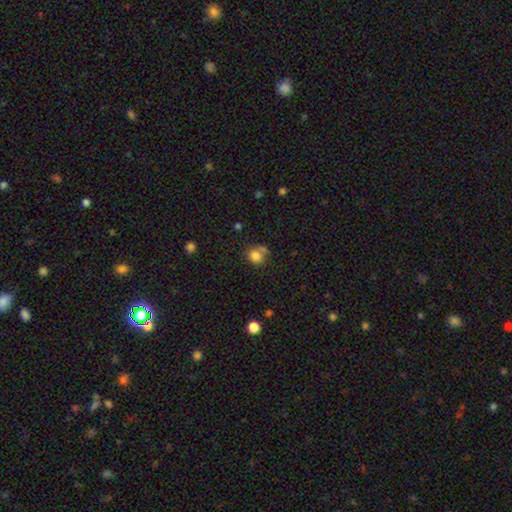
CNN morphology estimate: Overall: smooth (81%). How rounded: round (79%). Merging: none (55%; merger 25%).